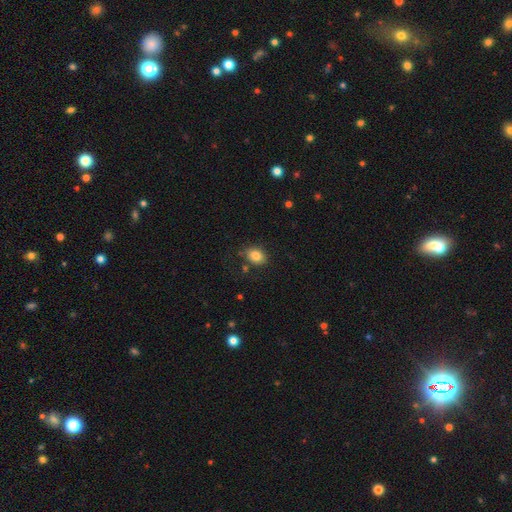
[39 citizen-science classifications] Smooth or featured: smooth — 90% (star or artifact — 10%)
How rounded: in between — 66% (round — 34%)
Merging: none — 89% (major disturbance — 6%)